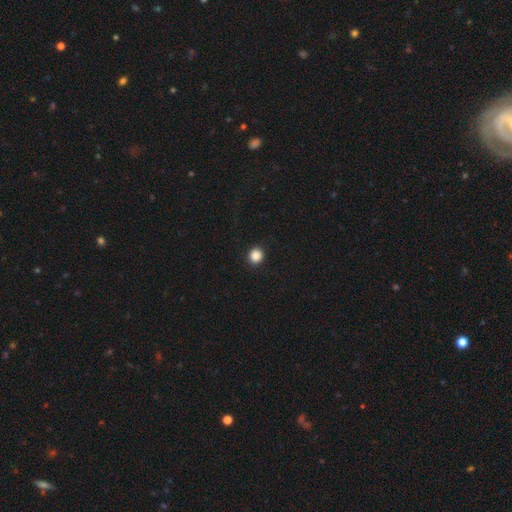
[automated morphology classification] smooth 87%, star or artifact 10%, featured or disk 3%. Down the decision tree: how rounded — round (88%); merging — none (92%).